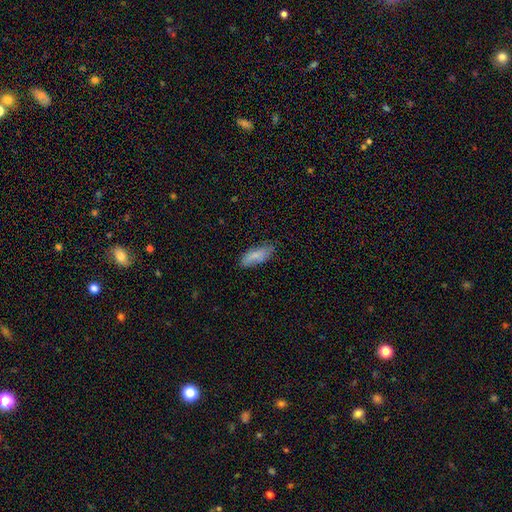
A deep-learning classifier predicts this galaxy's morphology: Smooth or featured?
  - smooth: 80% *
  - featured or disk: 13%
  - star or artifact: 7%
How rounded?
  - in between: 76% *
  - cigar-shaped: 22%
  - round: 2%
Merging?
  - none: 69% *
  - minor disturbance: 24%
  - major disturbance: 5%
  - merger: 2%